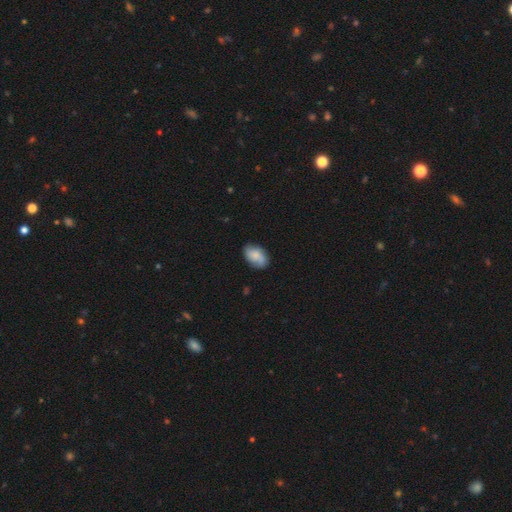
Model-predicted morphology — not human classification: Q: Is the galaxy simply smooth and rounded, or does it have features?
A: smooth — 61%.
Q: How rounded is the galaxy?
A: in between — 88%.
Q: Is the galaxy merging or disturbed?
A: none — 76%.